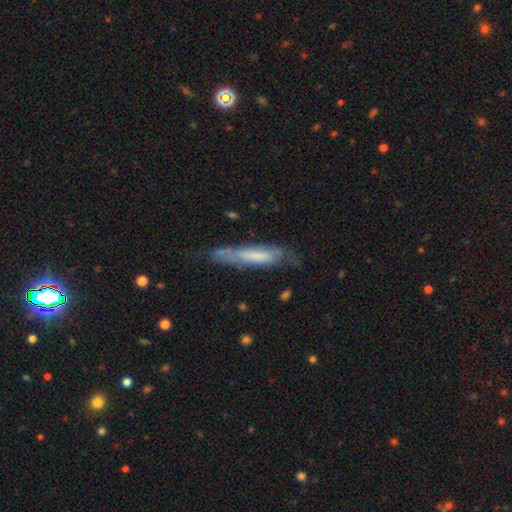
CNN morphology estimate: Q: Smooth or featured?
A: smooth (56%); runner-up: featured or disk (37%)
Q: How rounded?
A: cigar-shaped (84%); runner-up: in between (15%)
Q: Merging?
A: none (56%); runner-up: minor disturbance (29%)